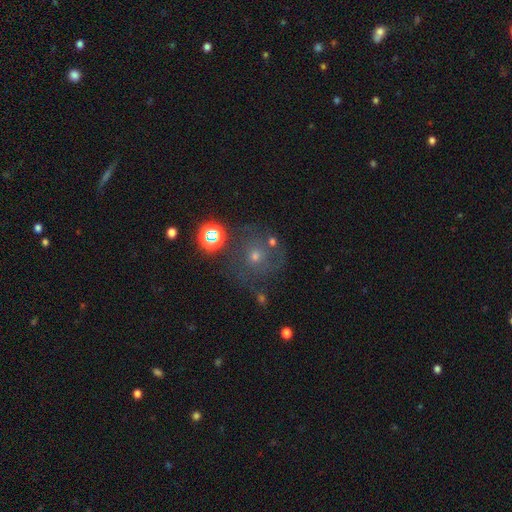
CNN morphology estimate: A smooth galaxy with no disk features (39%).

Vote fractions:
- Smooth or featured? smooth: 39% / featured or disk: 34% / star or artifact: 27%
- Merging? none: 65% / minor disturbance: 16% / major disturbance: 11% / merger: 9%